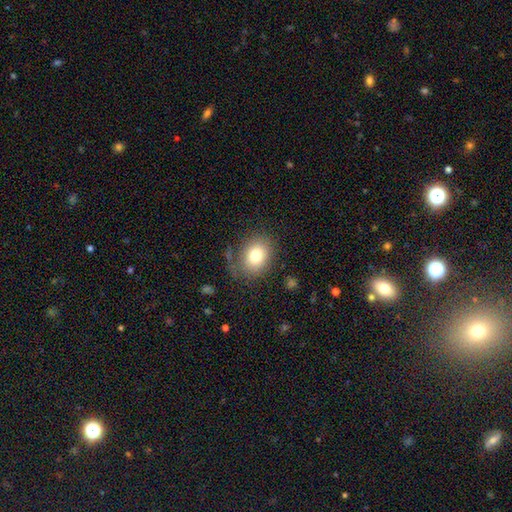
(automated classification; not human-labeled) Smooth or featured?
  - smooth: 77% *
  - featured or disk: 13%
  - star or artifact: 10%
How rounded?
  - in between: 54% *
  - round: 46%
  - cigar-shaped: 1%
Merging?
  - none: 75% *
  - minor disturbance: 16%
  - major disturbance: 7%
  - merger: 3%